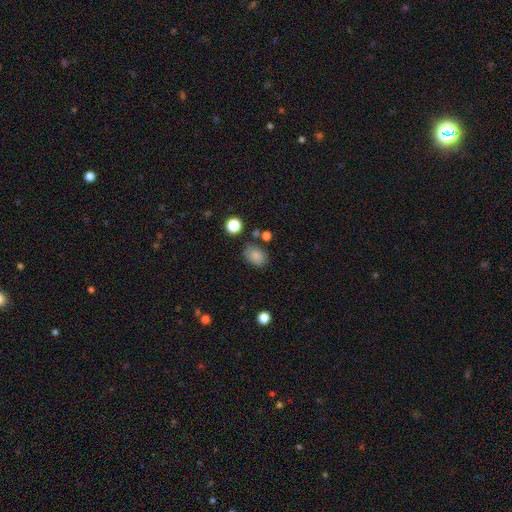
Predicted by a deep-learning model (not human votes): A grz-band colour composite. It shows a smooth galaxy with no disk features (83%) that is in between round and cigar-shaped (72%). Merging: none (72%).